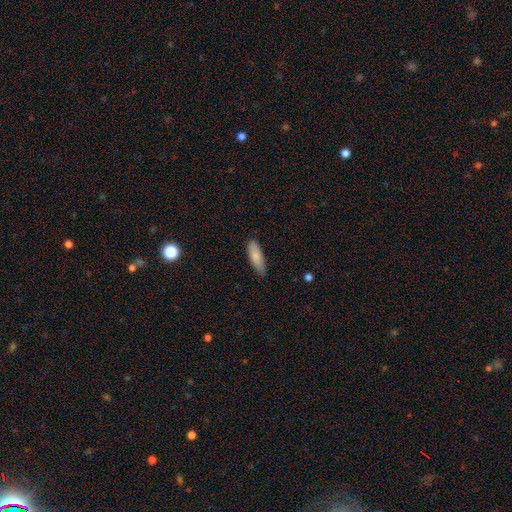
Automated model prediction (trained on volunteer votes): Morphology: type=smooth (82%); roundness=in between (56%); merging=none (78%).